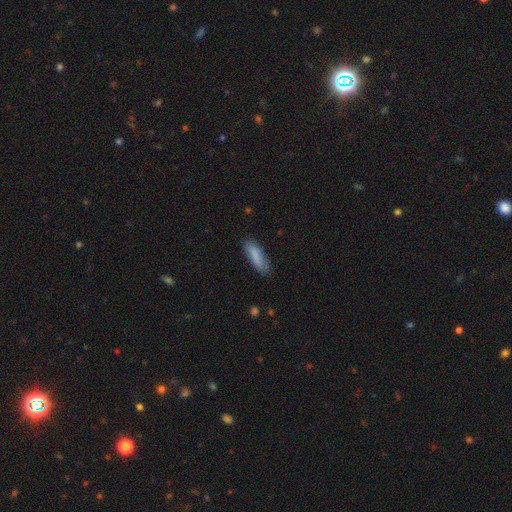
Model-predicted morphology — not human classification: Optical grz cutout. It shows a smooth galaxy with no disk features (84%) that is cigar-shaped (56%). Merging: none (78%).